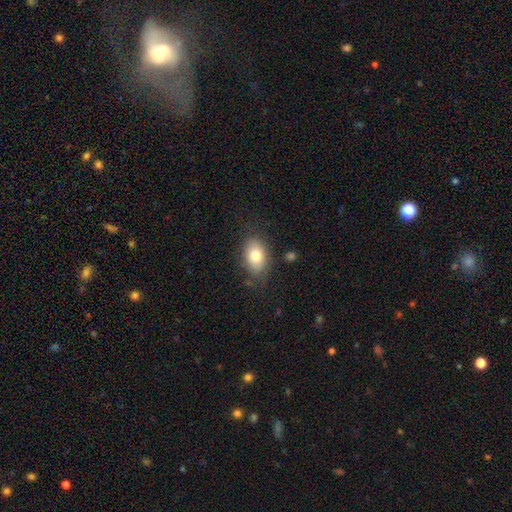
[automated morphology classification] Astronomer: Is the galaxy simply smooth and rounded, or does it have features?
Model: smooth — 79%.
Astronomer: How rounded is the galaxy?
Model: in between — 85%.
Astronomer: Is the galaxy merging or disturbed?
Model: none — 78%.